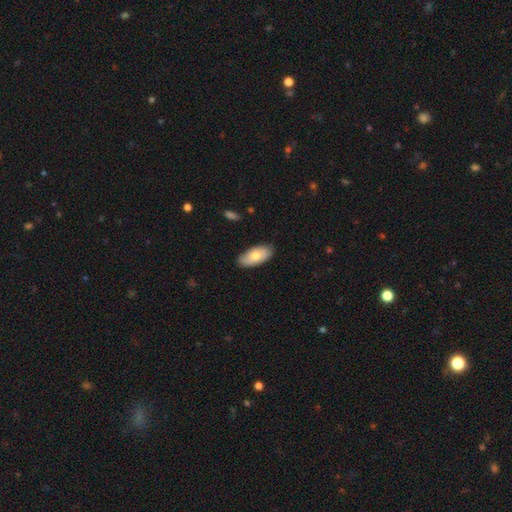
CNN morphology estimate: smooth-or-featured: smooth: 74% | featured or disk: 20% | star or artifact: 6%
  how-rounded: in between: 92% | cigar-shaped: 5% | round: 2%
  merging: none: 82% | minor disturbance: 14% | major disturbance: 2% | merger: 1%